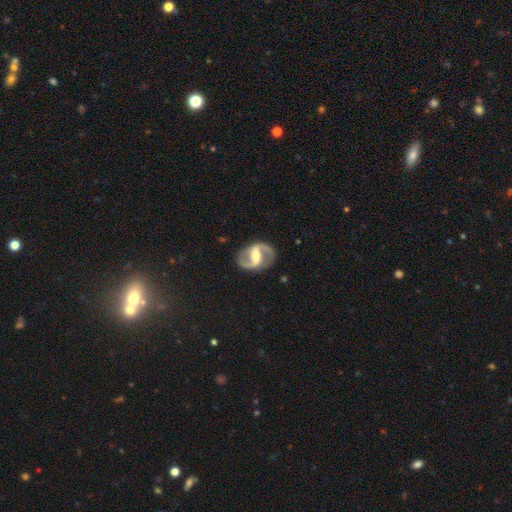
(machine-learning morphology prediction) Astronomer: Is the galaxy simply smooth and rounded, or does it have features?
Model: featured or disk — 89%.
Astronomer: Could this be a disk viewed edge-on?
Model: no — 97%.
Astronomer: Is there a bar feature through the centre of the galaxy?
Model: strong — 54% (runner-up: weak, 34%).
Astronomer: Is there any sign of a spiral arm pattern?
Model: yes — 96%.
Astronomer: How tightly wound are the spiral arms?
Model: medium — 53% (runner-up: loose, 31%).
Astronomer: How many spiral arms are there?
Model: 2 — 94%.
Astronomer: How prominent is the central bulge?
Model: moderate — 54% (runner-up: small, 32%).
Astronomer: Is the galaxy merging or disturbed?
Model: none — 86%.